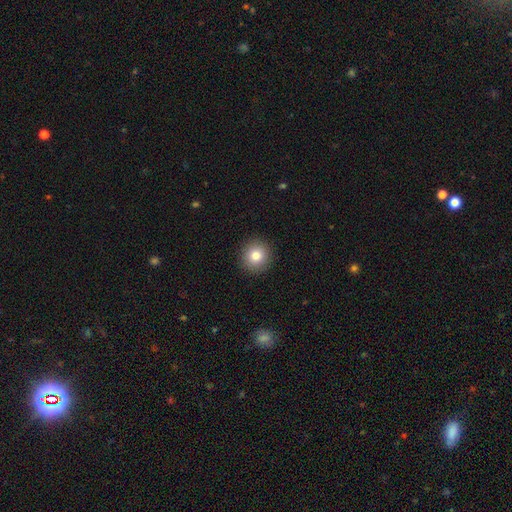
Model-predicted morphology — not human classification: Overall: smooth (82%). How rounded: round (93%). Merging: none (92%).